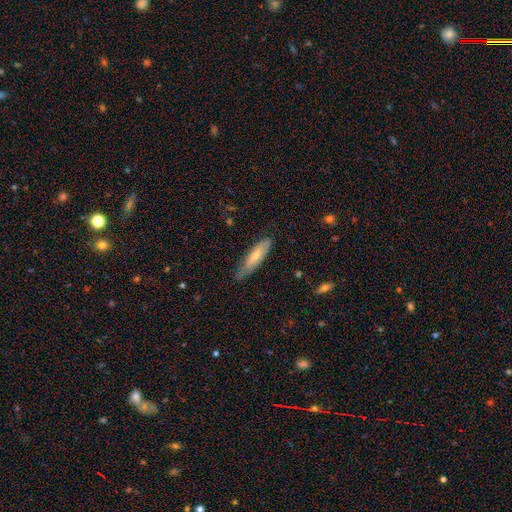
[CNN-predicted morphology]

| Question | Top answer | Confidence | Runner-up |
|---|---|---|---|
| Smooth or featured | smooth | 67% | featured or disk (27%) |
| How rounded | cigar-shaped | 69% | in between (30%) |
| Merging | none | 64% | minor disturbance (29%) |